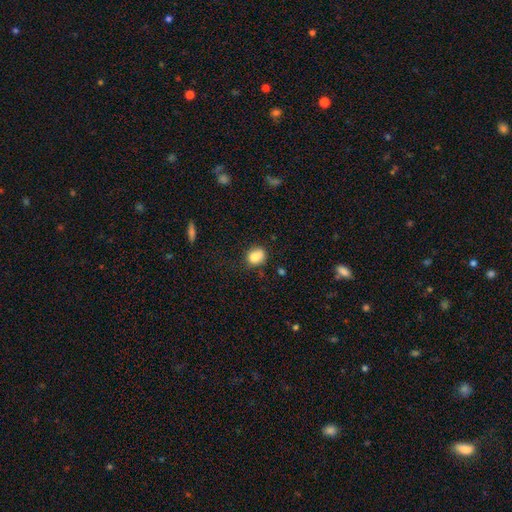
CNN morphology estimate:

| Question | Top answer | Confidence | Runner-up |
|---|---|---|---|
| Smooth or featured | smooth | 83% | star or artifact (10%) |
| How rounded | round | 54% | in between (44%) |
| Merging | none | 58% | minor disturbance (28%) |